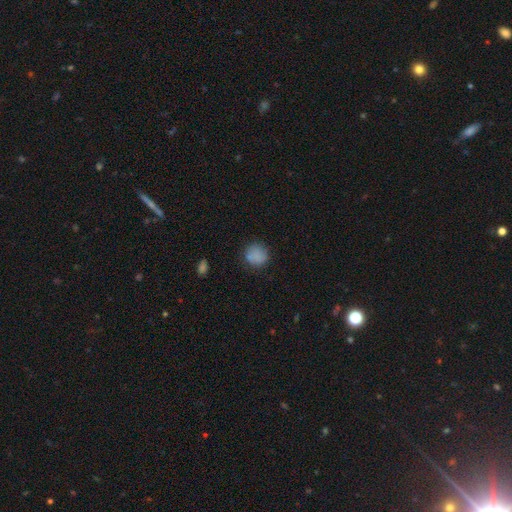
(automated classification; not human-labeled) A smooth galaxy with no disk features (83%) that is round (86%). Merging: none (76%).